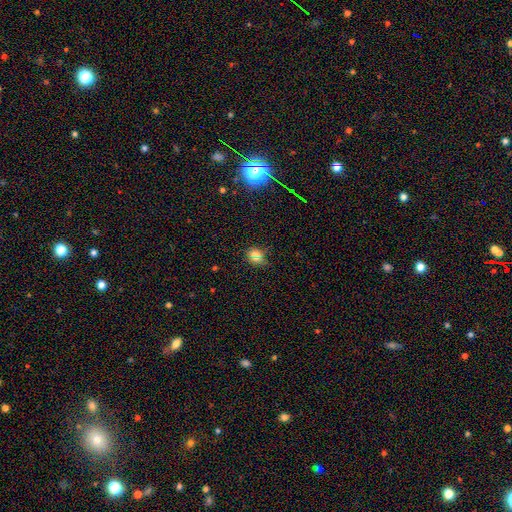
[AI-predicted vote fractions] Smooth or featured?
  - smooth: 66% *
  - star or artifact: 25%
  - featured or disk: 8%
How rounded?
  - round: 70% *
  - in between: 28%
  - cigar-shaped: 2%
Merging?
  - none: 80% *
  - minor disturbance: 13%
  - major disturbance: 4%
  - merger: 4%